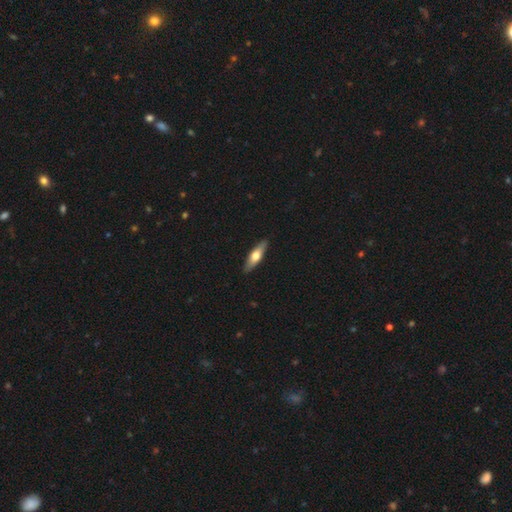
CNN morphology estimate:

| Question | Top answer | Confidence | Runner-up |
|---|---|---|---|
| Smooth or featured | smooth | 53% | featured or disk (42%) |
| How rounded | cigar-shaped | 61% | in between (37%) |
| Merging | none | 90% | minor disturbance (7%) |